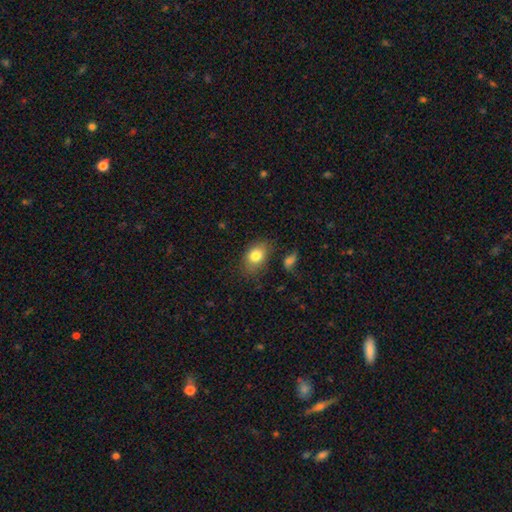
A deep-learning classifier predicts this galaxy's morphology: Smooth or featured? Predicted: smooth (p=0.81). How rounded? Predicted: in between (p=0.77). Merging? Predicted: none (p=0.73).